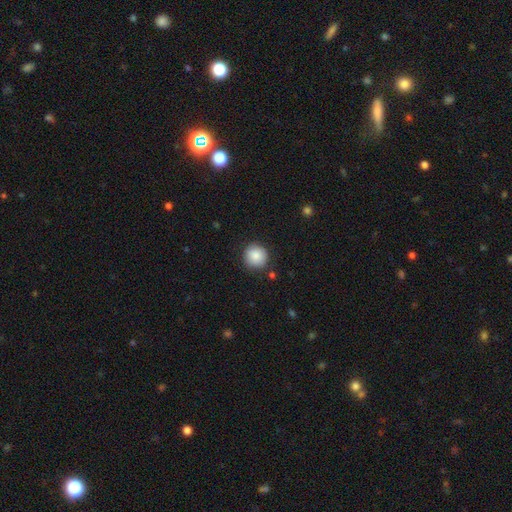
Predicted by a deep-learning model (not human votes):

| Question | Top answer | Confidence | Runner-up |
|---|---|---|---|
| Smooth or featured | smooth | 88% | star or artifact (8%) |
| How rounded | round | 94% | in between (5%) |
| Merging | none | 87% | minor disturbance (9%) |